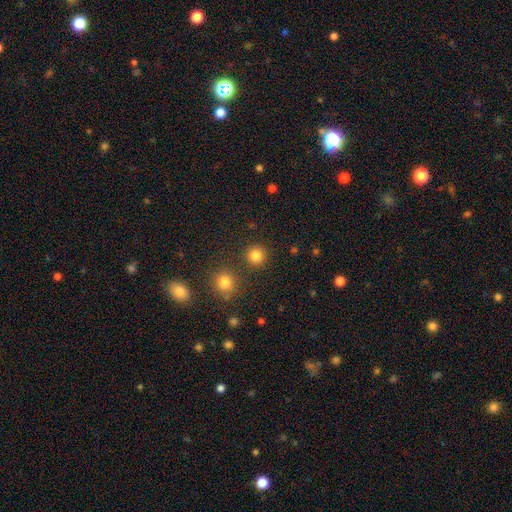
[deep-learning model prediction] Overall: smooth (83%). How rounded: round (94%). Merging: none (88%).